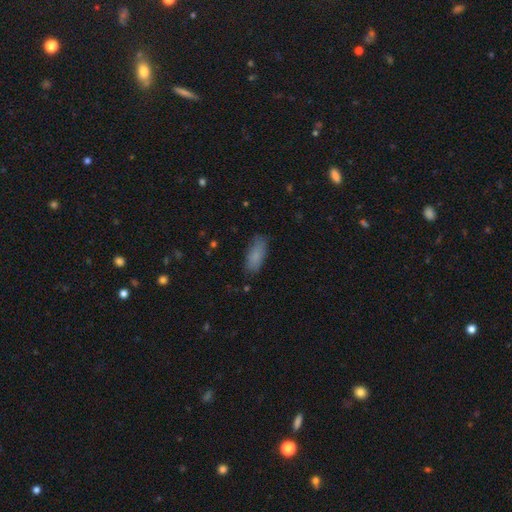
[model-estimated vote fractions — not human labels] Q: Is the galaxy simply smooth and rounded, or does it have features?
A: smooth — 83%.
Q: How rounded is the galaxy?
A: in between — 77%.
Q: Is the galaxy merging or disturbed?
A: none — 76%.